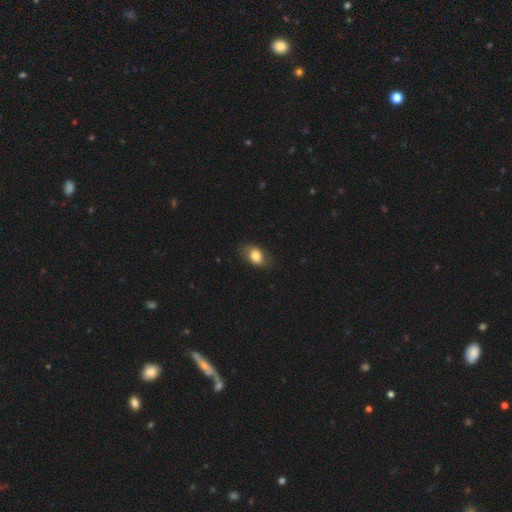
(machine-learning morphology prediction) Q: Smooth or featured?
A: smooth (79%); runner-up: featured or disk (13%)
Q: How rounded?
A: in between (81%); runner-up: round (17%)
Q: Merging?
A: none (79%); runner-up: minor disturbance (16%)